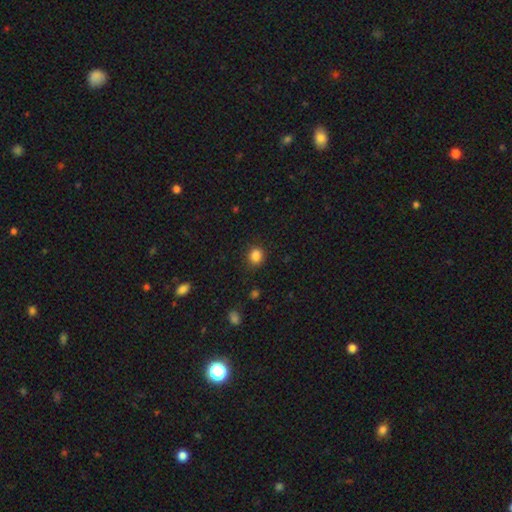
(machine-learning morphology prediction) Smooth or featured: smooth — 85% (star or artifact — 12%)
How rounded: round — 70% (in between — 29%)
Merging: none — 83% (minor disturbance — 12%)